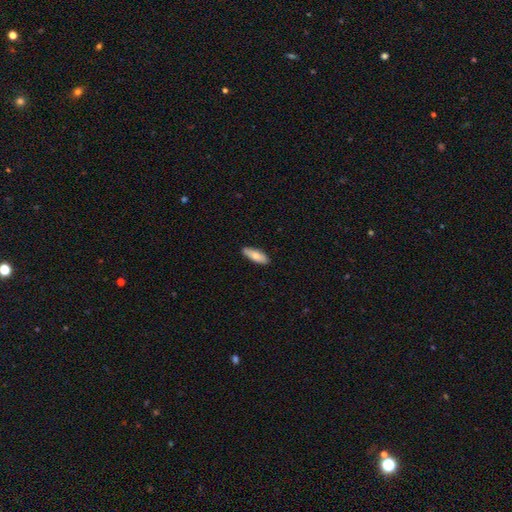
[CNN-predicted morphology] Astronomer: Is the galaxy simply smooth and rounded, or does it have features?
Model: smooth — 79%.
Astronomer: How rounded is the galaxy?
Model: in between — 61% (runner-up: cigar-shaped, 37%).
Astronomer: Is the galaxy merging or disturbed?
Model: none — 88%.